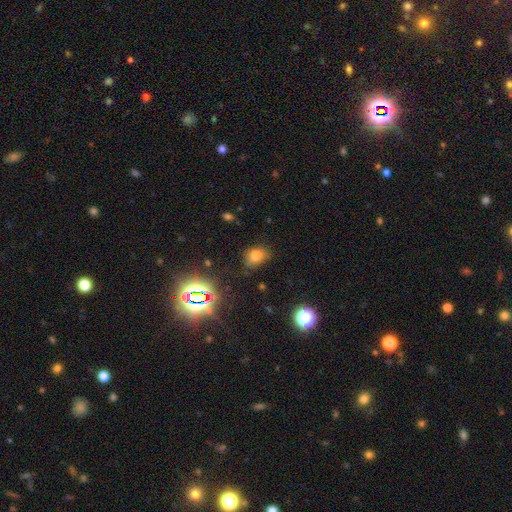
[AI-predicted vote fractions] Smooth or featured? smooth (71%)
How rounded? in between (53%)
Merging? none (69%)